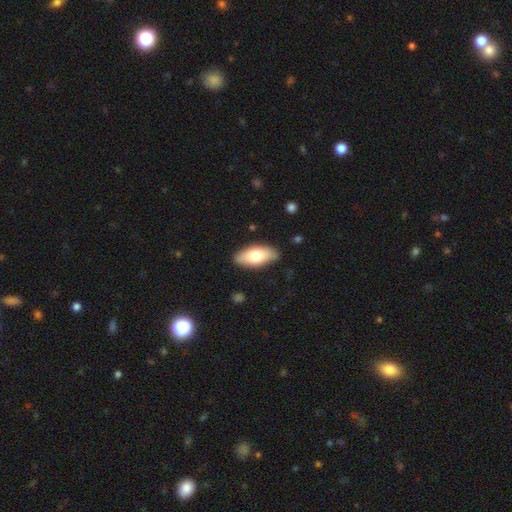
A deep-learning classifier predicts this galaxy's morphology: smooth-or-featured: smooth: 70% | featured or disk: 24% | star or artifact: 6%
  how-rounded: in between: 87% | cigar-shaped: 10% | round: 3%
  merging: none: 86% | minor disturbance: 11% | major disturbance: 2% | merger: 1%